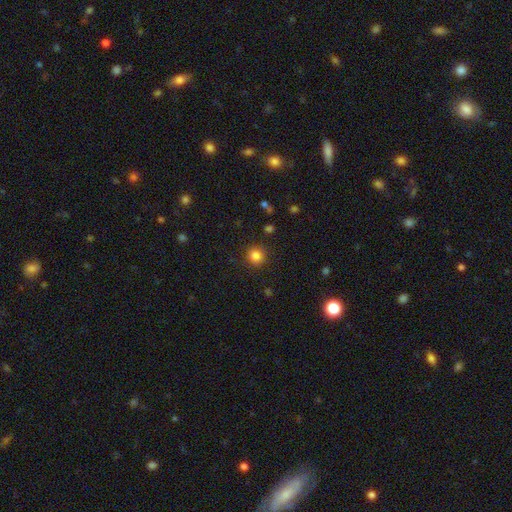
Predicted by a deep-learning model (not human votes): Q: Smooth or featured?
A: smooth (83%); runner-up: star or artifact (12%)
Q: How rounded?
A: round (91%); runner-up: in between (8%)
Q: Merging?
A: none (88%); runner-up: minor disturbance (8%)